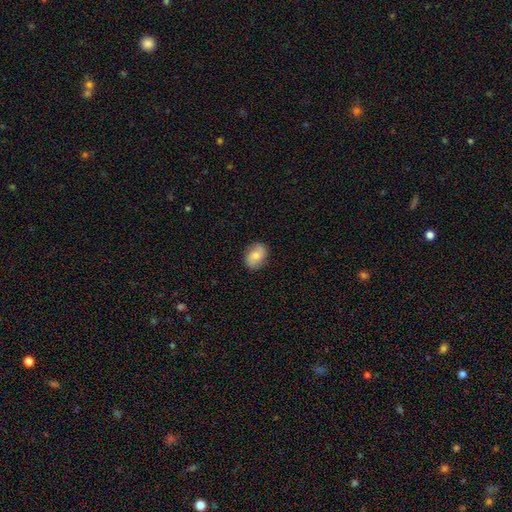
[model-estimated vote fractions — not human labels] A smooth galaxy with no disk features (71%) that is in between round and cigar-shaped (70%). Merging: none (84%).